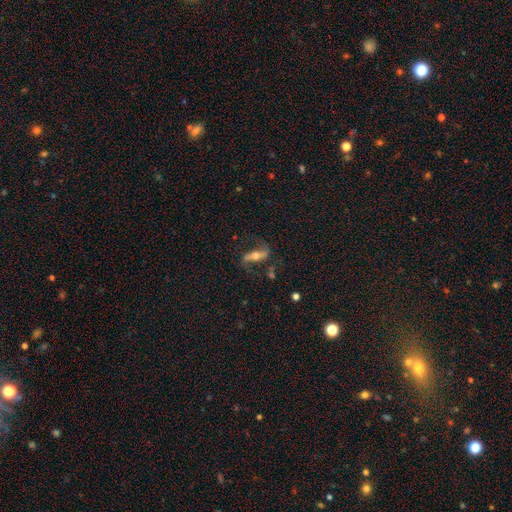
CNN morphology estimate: type=featured or disk (71%); edge-on=no (78%); bar=strong (51%); spiral arms=yes (87%); bulge=moderate (61%); merging=none (69%).